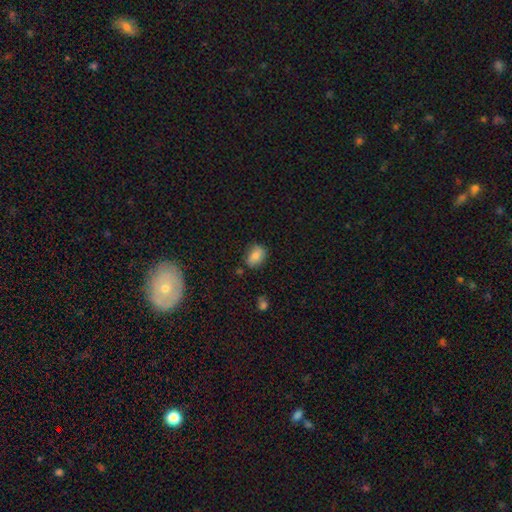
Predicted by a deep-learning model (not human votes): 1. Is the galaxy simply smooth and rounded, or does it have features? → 82% smooth, 9% star or artifact, 9% featured or disk.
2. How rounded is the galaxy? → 73% in between, 25% round, 1% cigar-shaped.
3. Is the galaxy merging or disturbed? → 72% none, 21% minor disturbance, 4% major disturbance, 3% merger.